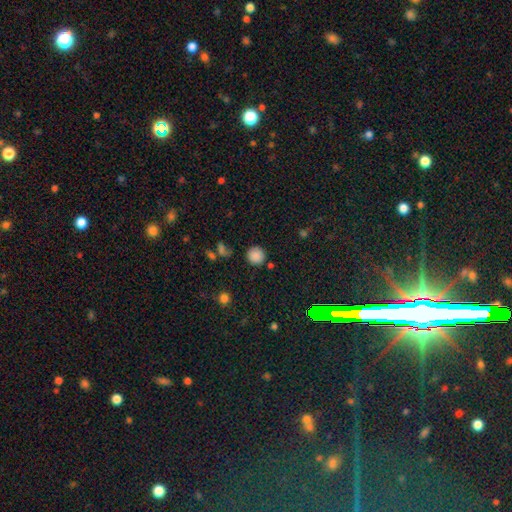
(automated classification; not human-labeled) Smooth or featured: smooth — 83% (star or artifact — 12%)
How rounded: round — 93% (in between — 6%)
Merging: none — 83% (minor disturbance — 10%)